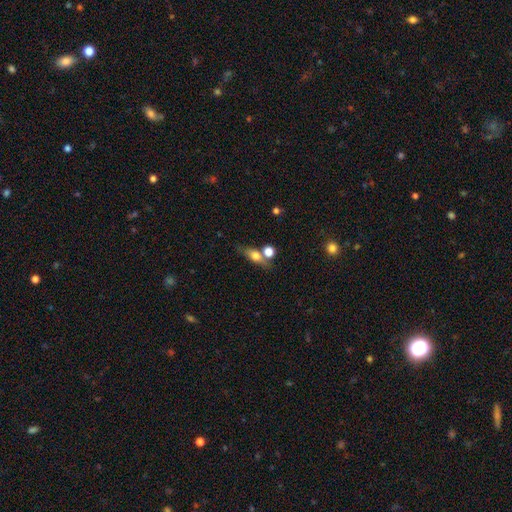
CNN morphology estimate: Q: Smooth or featured?
A: smooth (66%); runner-up: featured or disk (24%)
Q: How rounded?
A: in between (60%); runner-up: cigar-shaped (23%)
Q: Merging?
A: none (56%); runner-up: merger (24%)